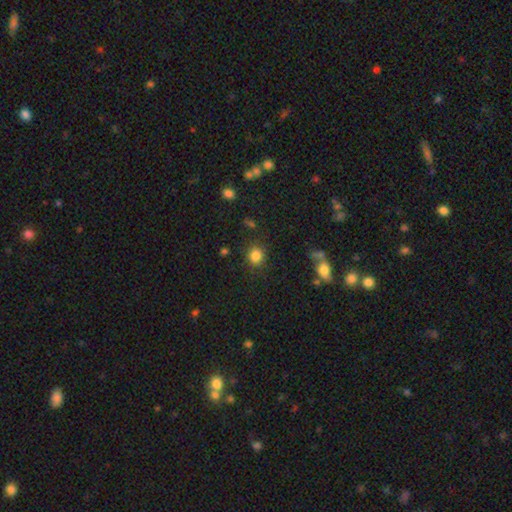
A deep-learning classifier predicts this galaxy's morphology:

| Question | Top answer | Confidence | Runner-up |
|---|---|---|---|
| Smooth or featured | smooth | 83% | star or artifact (12%) |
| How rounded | round | 81% | in between (18%) |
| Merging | none | 83% | minor disturbance (11%) |